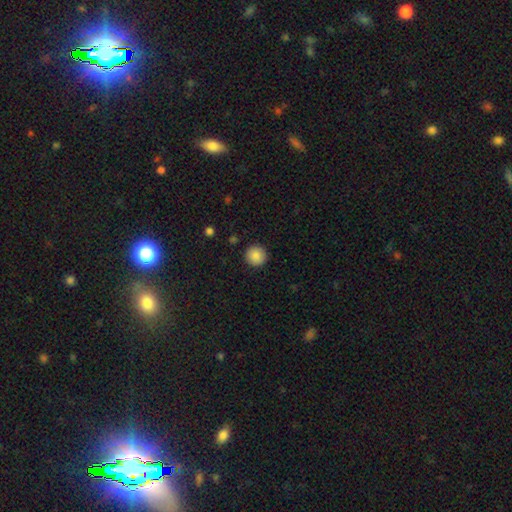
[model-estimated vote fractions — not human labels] This appears to be a smooth galaxy with no disk features (87%) that is round (95%). Merging: none (92%).